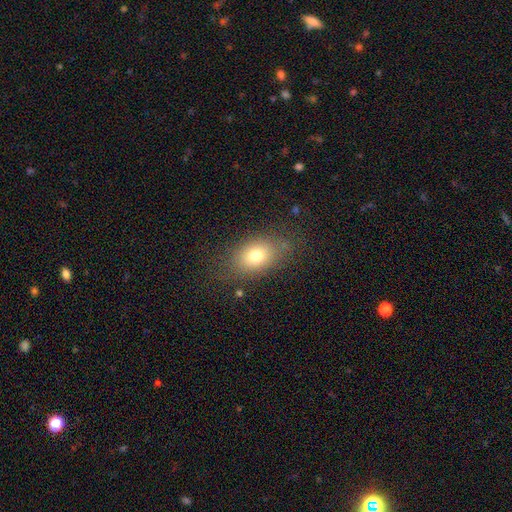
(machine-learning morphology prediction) Q: Smooth or featured?
A: smooth (74%); runner-up: featured or disk (15%)
Q: How rounded?
A: in between (77%); runner-up: round (21%)
Q: Merging?
A: none (75%); runner-up: minor disturbance (16%)